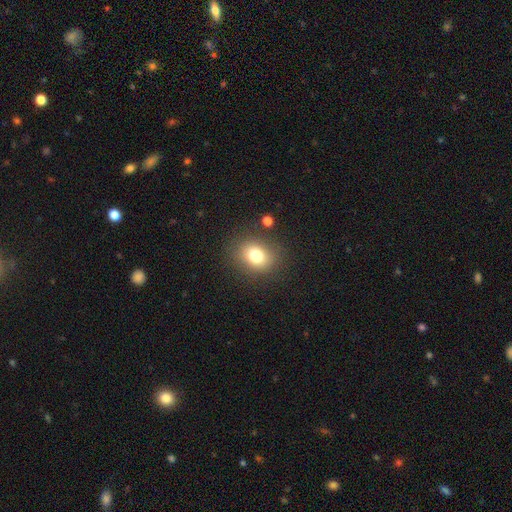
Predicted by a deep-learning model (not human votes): Morphology: type=smooth (77%); roundness=round (54%); merging=none (82%).